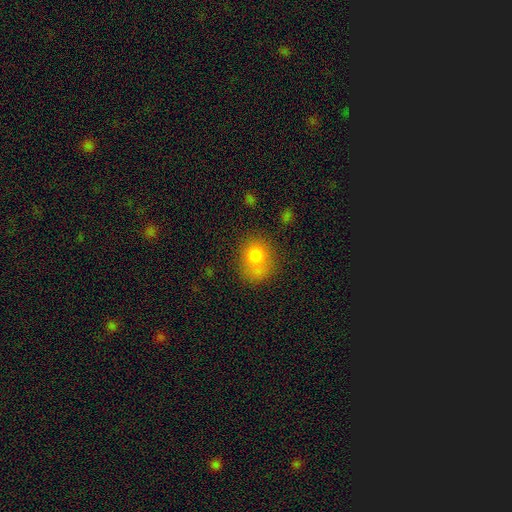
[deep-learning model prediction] smooth-or-featured: smooth: 78% | featured or disk: 11% | star or artifact: 11%
  how-rounded: round: 60% | in between: 38% | cigar-shaped: 1%
  merging: none: 55% | minor disturbance: 20% | merger: 16% | major disturbance: 9%